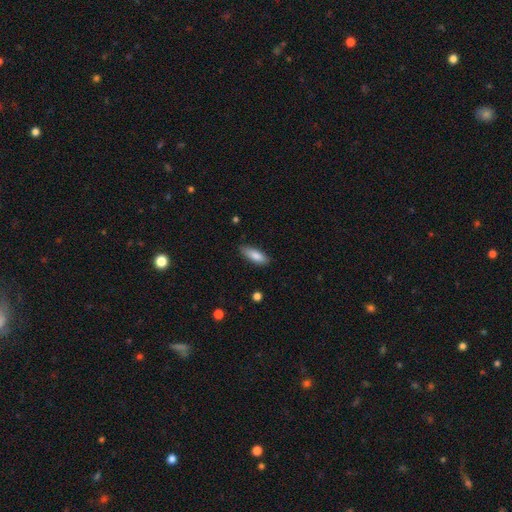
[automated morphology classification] Smooth or featured?
  - smooth: 83% *
  - featured or disk: 10%
  - star or artifact: 6%
How rounded?
  - in between: 62% *
  - cigar-shaped: 37%
  - round: 2%
Merging?
  - none: 81% *
  - minor disturbance: 15%
  - major disturbance: 3%
  - merger: 1%